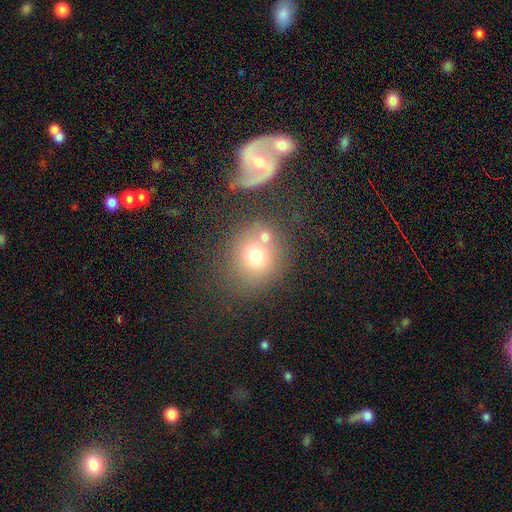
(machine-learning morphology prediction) A smooth galaxy with no disk features (69%) that is round (77%).

Vote fractions:
- Smooth or featured? smooth: 69% / featured or disk: 18% / star or artifact: 13%
- How rounded? round: 77% / in between: 22% / cigar-shaped: 1%
- Merging? none: 54% / merger: 26% / minor disturbance: 13% / major disturbance: 7%